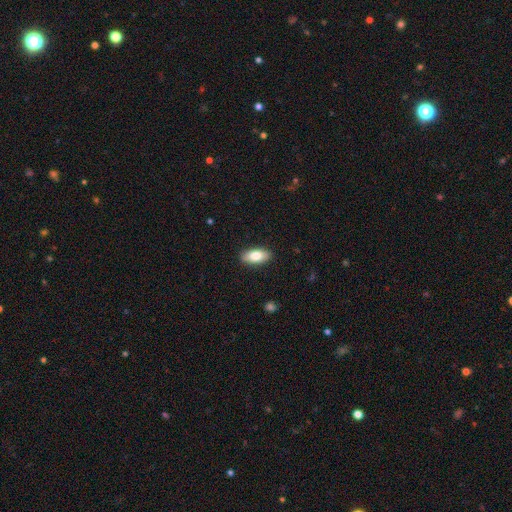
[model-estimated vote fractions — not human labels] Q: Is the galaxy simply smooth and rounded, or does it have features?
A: smooth — 83%.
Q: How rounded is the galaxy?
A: in between — 89%.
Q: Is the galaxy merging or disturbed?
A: none — 89%.